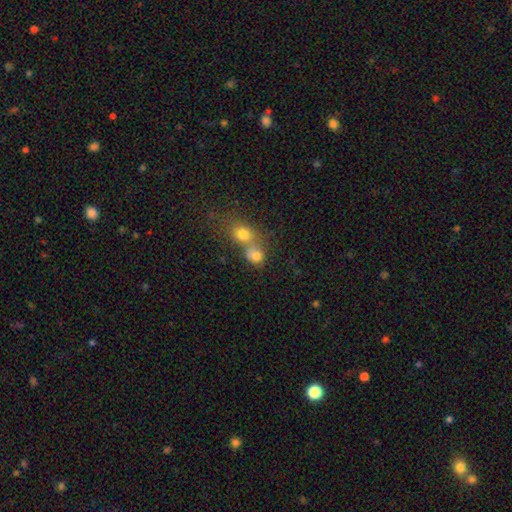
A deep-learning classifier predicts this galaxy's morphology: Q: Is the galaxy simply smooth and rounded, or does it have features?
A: smooth — 77%.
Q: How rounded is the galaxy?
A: round — 70%.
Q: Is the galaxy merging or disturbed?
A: merger — 59%.